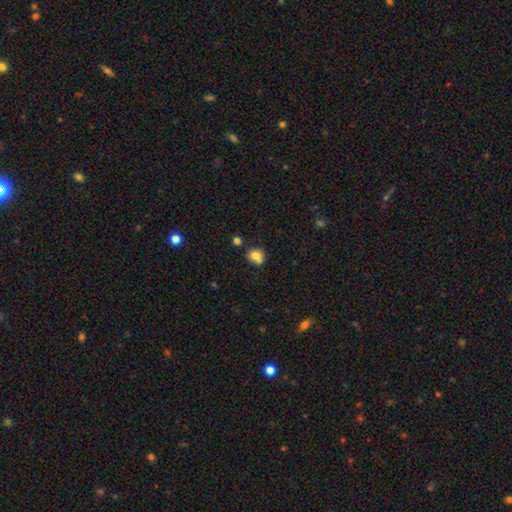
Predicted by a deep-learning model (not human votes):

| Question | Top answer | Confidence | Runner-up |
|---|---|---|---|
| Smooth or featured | smooth | 76% | featured or disk (13%) |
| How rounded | round | 80% | in between (19%) |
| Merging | none | 58% | merger (25%) |